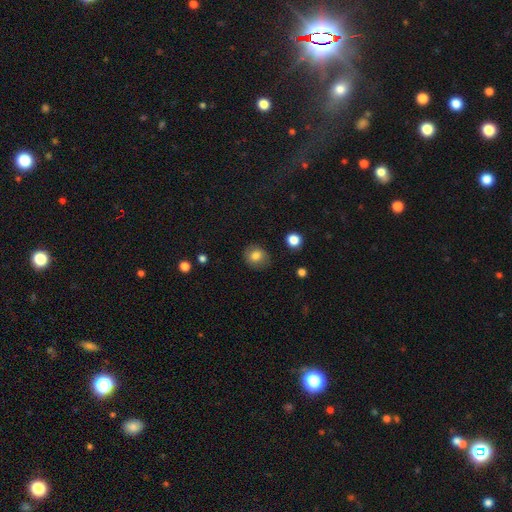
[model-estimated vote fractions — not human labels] Smooth or featured?
  - smooth: 80% *
  - featured or disk: 10%
  - star or artifact: 10%
How rounded?
  - round: 75% *
  - in between: 25%
  - cigar-shaped: 1%
Merging?
  - none: 83% *
  - minor disturbance: 12%
  - major disturbance: 3%
  - merger: 1%